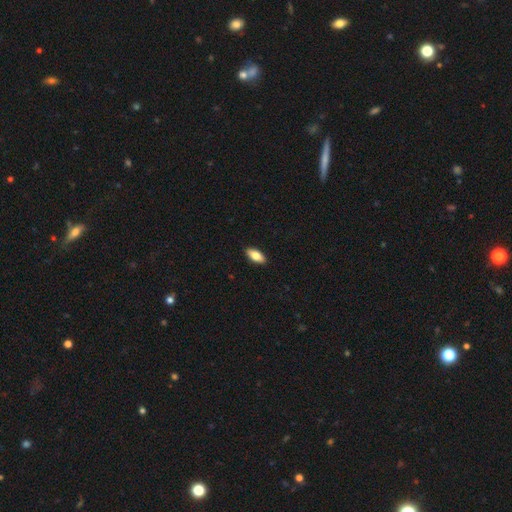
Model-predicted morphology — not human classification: Q: Smooth or featured?
A: smooth (78%); runner-up: featured or disk (15%)
Q: How rounded?
A: in between (85%); runner-up: cigar-shaped (12%)
Q: Merging?
A: none (90%); runner-up: minor disturbance (7%)